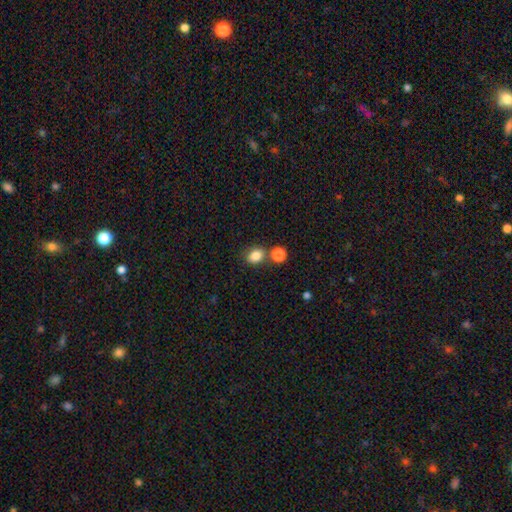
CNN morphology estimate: Smooth or featured?
  - smooth: 84% *
  - star or artifact: 11%
  - featured or disk: 5%
How rounded?
  - in between: 55% *
  - round: 44%
  - cigar-shaped: 1%
Merging?
  - none: 69% *
  - merger: 17%
  - minor disturbance: 11%
  - major disturbance: 3%